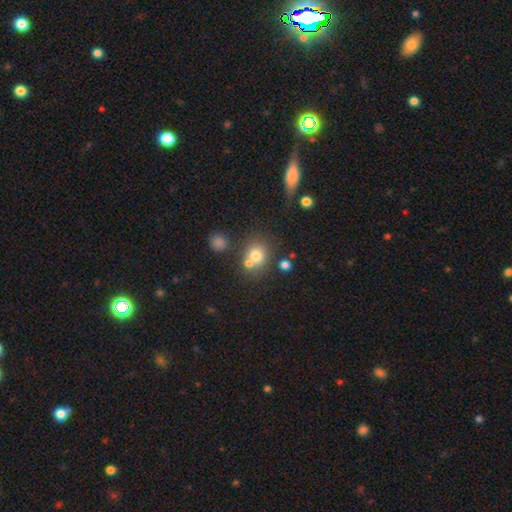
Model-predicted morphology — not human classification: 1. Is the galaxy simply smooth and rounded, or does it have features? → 73% smooth, 14% star or artifact, 13% featured or disk.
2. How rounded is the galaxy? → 74% round, 25% in between, 1% cigar-shaped.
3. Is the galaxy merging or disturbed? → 54% none, 32% merger, 10% minor disturbance, 4% major disturbance.